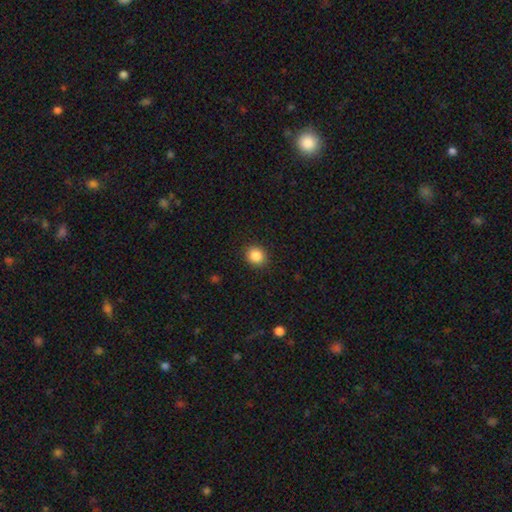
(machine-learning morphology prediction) A smooth galaxy with no disk features (87%) that is round (82%). Merging: none (90%).